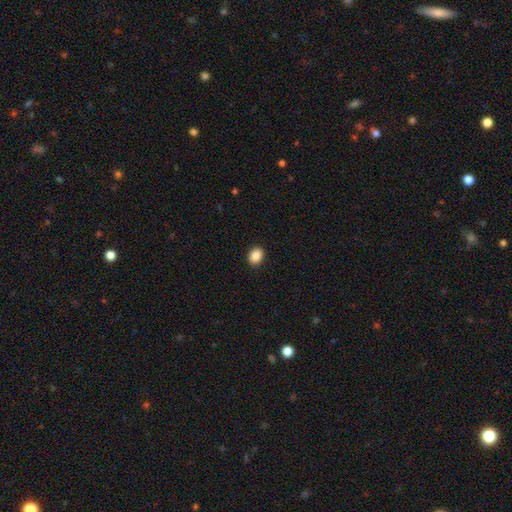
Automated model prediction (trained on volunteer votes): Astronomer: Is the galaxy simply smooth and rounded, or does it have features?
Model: smooth — 88%.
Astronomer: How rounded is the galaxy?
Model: in between — 50% (runner-up: round, 49%).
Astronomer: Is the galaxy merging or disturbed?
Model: none — 91%.